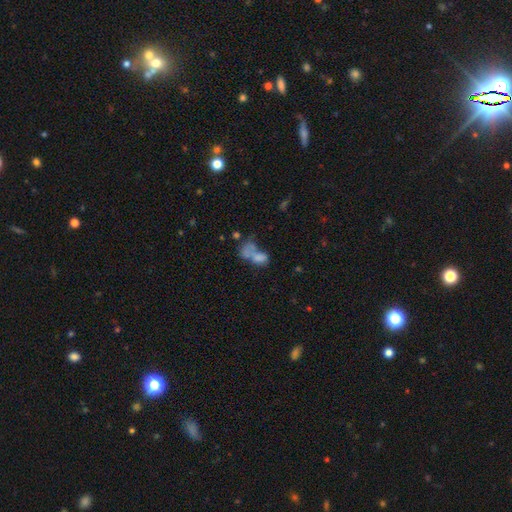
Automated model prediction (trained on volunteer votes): Morphology: type=smooth (63%); roundness=in between (80%); merging=merger (60%).